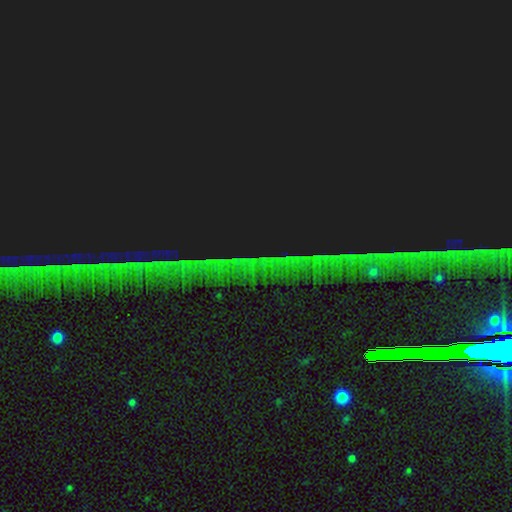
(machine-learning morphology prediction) This is clearly a star or artifact rather than a galaxy (87%).